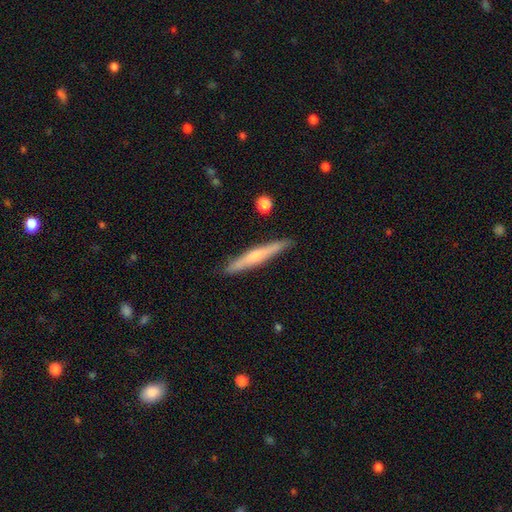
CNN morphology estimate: Q: Smooth or featured?
A: featured or disk (58%); runner-up: smooth (34%)
Q: Edge-on disk?
A: yes (95%); runner-up: no (5%)
Q: Edge-on bulge?
A: rounded (75%); runner-up: none (20%)
Q: Merging?
A: none (88%); runner-up: minor disturbance (9%)